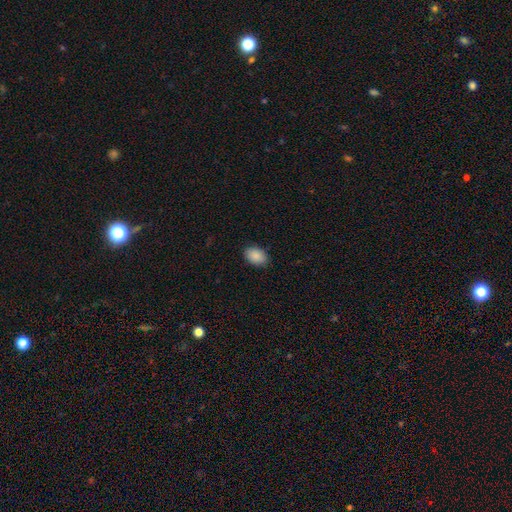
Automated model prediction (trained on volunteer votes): A smooth galaxy with no disk features (90%) that is in between round and cigar-shaped (85%). Merging: none (87%).